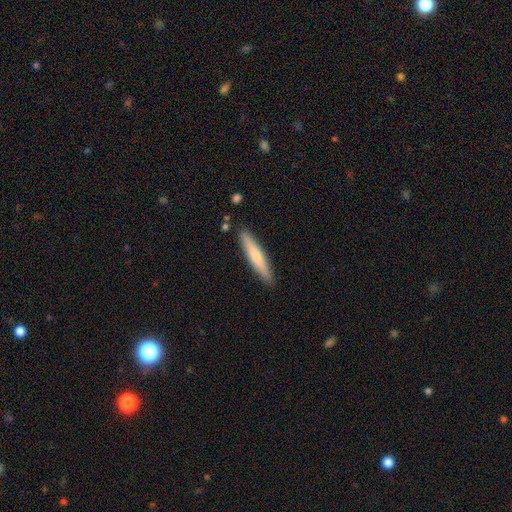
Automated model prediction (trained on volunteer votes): smooth-or-featured: smooth: 69% | featured or disk: 26% | star or artifact: 5%
  how-rounded: cigar-shaped: 92% | in between: 7% | round: 1%
  merging: none: 89% | minor disturbance: 8% | merger: 2% | major disturbance: 1%